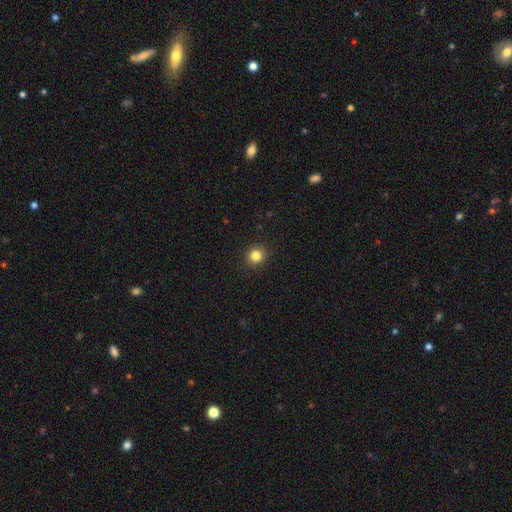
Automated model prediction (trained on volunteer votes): A smooth galaxy with no disk features (83%) that is round (88%).

Vote fractions:
- Smooth or featured? smooth: 83% / star or artifact: 12% / featured or disk: 5%
- How rounded? round: 88% / in between: 11% / cigar-shaped: 1%
- Merging? none: 92% / minor disturbance: 6% / major disturbance: 2% / merger: 1%